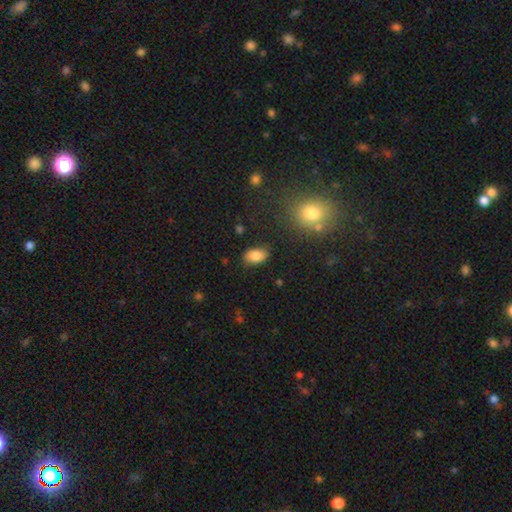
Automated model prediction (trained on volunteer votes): Q: Smooth or featured?
A: smooth (84%); runner-up: star or artifact (9%)
Q: How rounded?
A: in between (91%); runner-up: round (7%)
Q: Merging?
A: none (85%); runner-up: minor disturbance (11%)